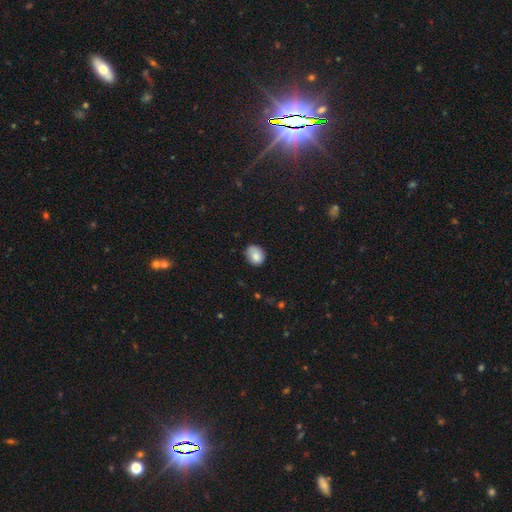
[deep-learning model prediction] Overall: smooth (82%). How rounded: round (53%; in between 46%). Merging: none (68%).